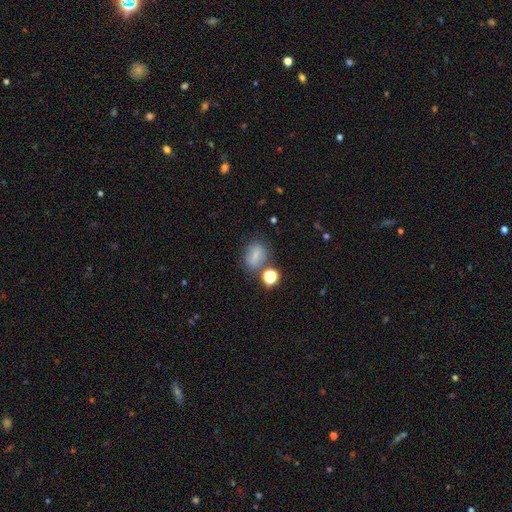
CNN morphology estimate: smooth_or_featured: smooth (p=0.63) [alt: featured or disk p=0.21]
how_rounded: in between (p=0.52) [alt: round p=0.47]
merging: none (p=0.63) [alt: minor disturbance p=0.16]